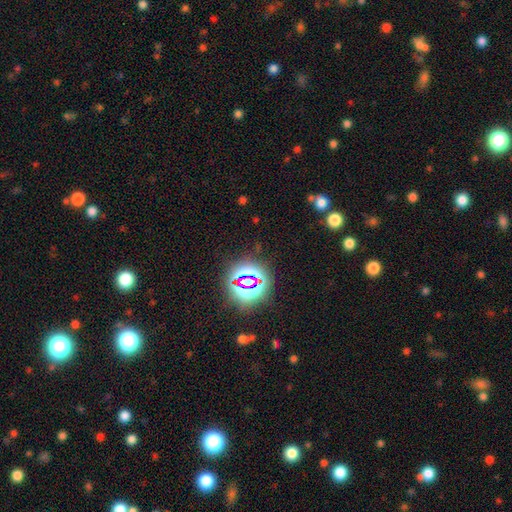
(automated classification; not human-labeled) Overall: star or artifact (77%).